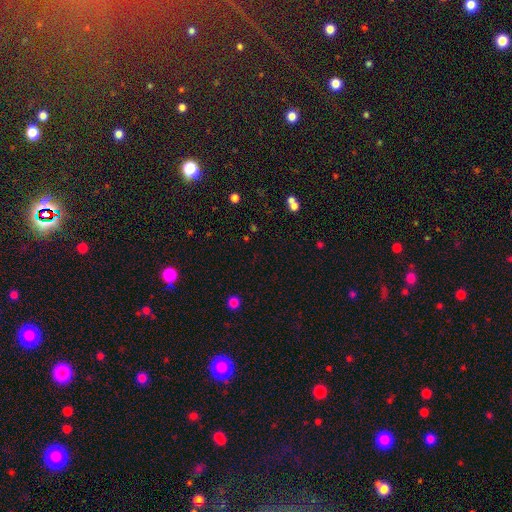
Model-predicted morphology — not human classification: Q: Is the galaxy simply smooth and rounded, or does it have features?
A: star or artifact — 56%.